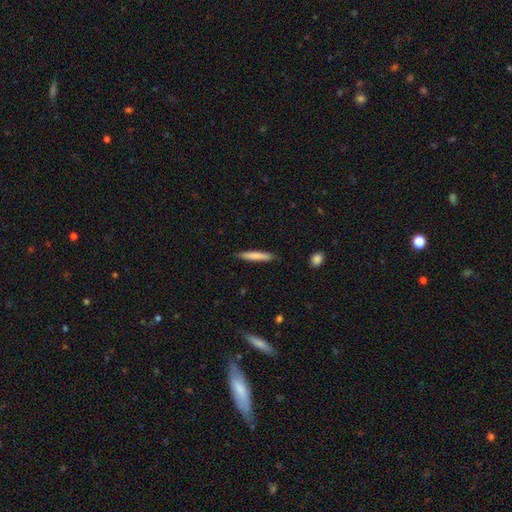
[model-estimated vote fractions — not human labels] The model was most divided on "smooth or featured": smooth: 77%, featured or disk: 18%, star or artifact: 5%. More confident: how rounded — cigar-shaped (93%); merging — none (87%).